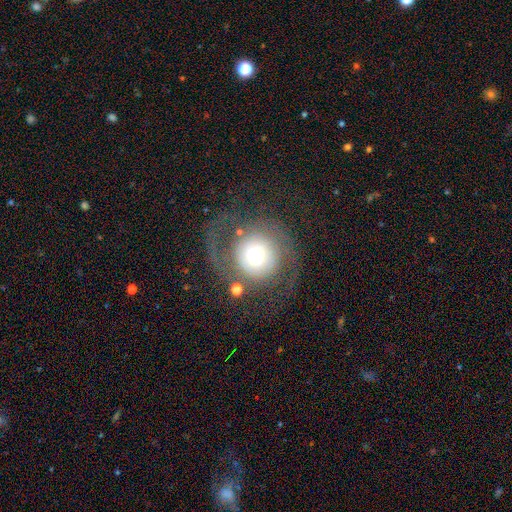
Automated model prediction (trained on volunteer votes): A featured or disk galaxy (64%) with no bar (78%), 2 (79%) medium (41%) spiral arms (82%) and a moderate central bulge (49%).

Vote fractions:
- Smooth or featured? featured or disk: 64% / smooth: 27% / star or artifact: 9%
- Edge-on disk? no: 97% / yes: 3%
- Bar? no: 78% / weak: 16% / strong: 6%
- Spiral arms? yes: 82% / no: 18%
- Spiral winding? medium: 41% / loose: 31% / tight: 29%
- Spiral arm count? 2: 79% / can't tell: 9% / 1: 6% / 3: 3% / 4: 1% / more than 4: 1%
- Bulge size? moderate: 49% / small: 24% / large: 18% / dominant: 7% / none: 1%
- Merging? none: 61% / major disturbance: 21% / minor disturbance: 14% / merger: 4%